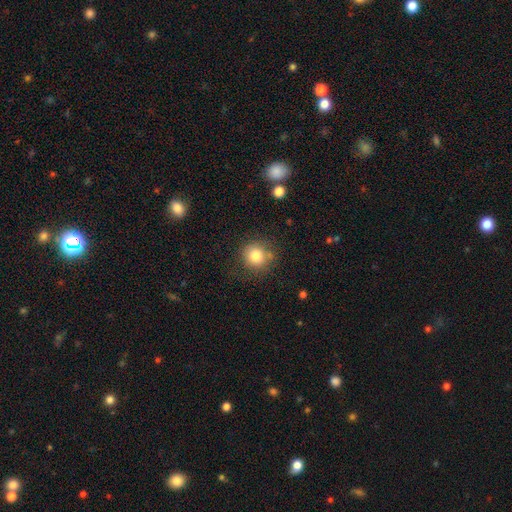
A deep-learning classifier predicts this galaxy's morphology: Smooth or featured: smooth — 81% (star or artifact — 11%)
How rounded: round — 91% (in between — 8%)
Merging: none — 76% (minor disturbance — 14%)